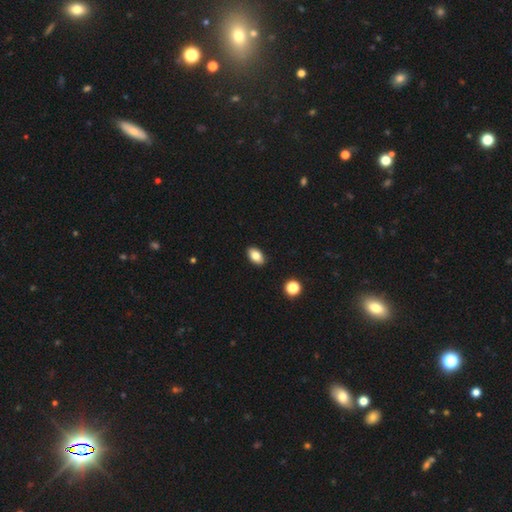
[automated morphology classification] smooth-or-featured: smooth: 83% | featured or disk: 9% | star or artifact: 9%
  how-rounded: in between: 91% | round: 8% | cigar-shaped: 2%
  merging: none: 90% | minor disturbance: 7% | major disturbance: 2% | merger: 1%